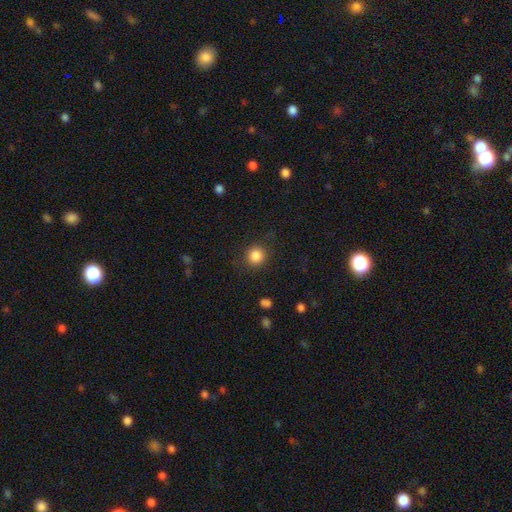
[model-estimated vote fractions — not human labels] Smooth or featured? Predicted: smooth (p=0.85). How rounded? Predicted: round (p=0.91). Merging? Predicted: none (p=0.88).